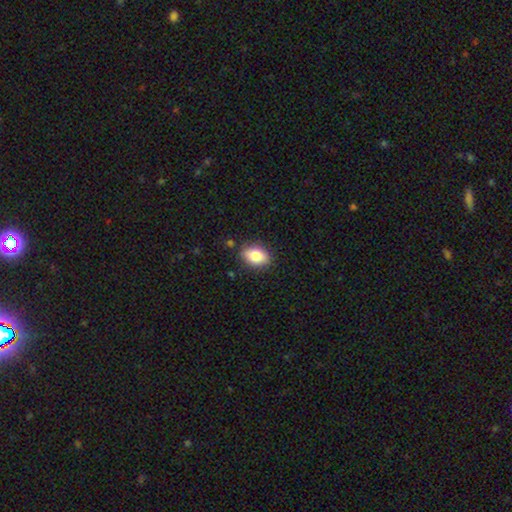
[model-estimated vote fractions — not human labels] Morphology: type=smooth (82%); roundness=in between (78%); merging=none (83%).